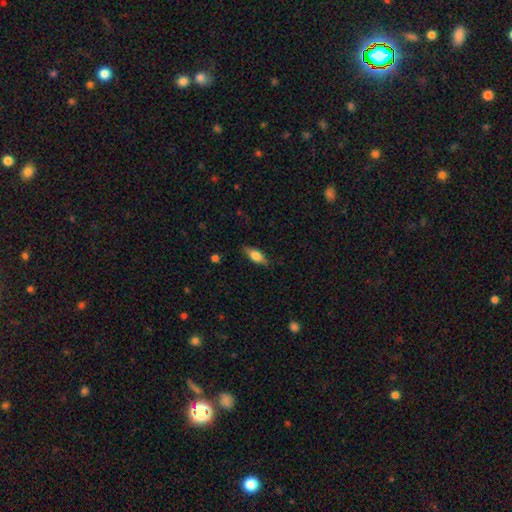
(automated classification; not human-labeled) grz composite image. It shows a smooth galaxy with no disk features (71%) that is in between round and cigar-shaped (76%). Merging: none (83%).